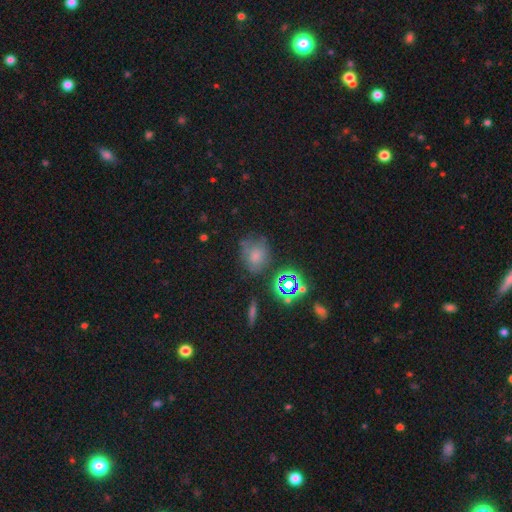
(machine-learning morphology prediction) The model was most divided on "how rounded": round: 58%, in between: 41%, cigar-shaped: 2%. More confident: merging — none (58%); smooth or featured — smooth (57%).